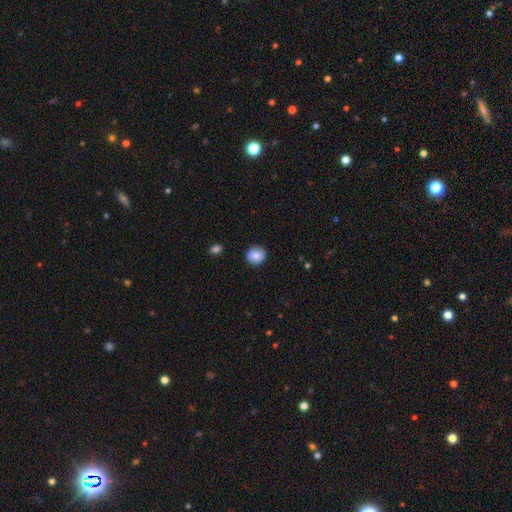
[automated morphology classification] The model was most divided on "how rounded": round: 83%, in between: 16%, cigar-shaped: 1%. More confident: merging — none (86%); smooth or featured — smooth (84%).